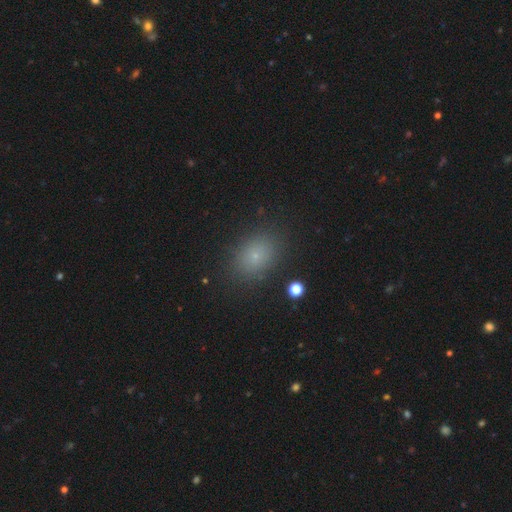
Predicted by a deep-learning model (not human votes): Smooth or featured?
  - smooth: 75% *
  - star or artifact: 16%
  - featured or disk: 9%
How rounded?
  - in between: 67% *
  - round: 31%
  - cigar-shaped: 1%
Merging?
  - none: 86% *
  - minor disturbance: 9%
  - major disturbance: 3%
  - merger: 2%